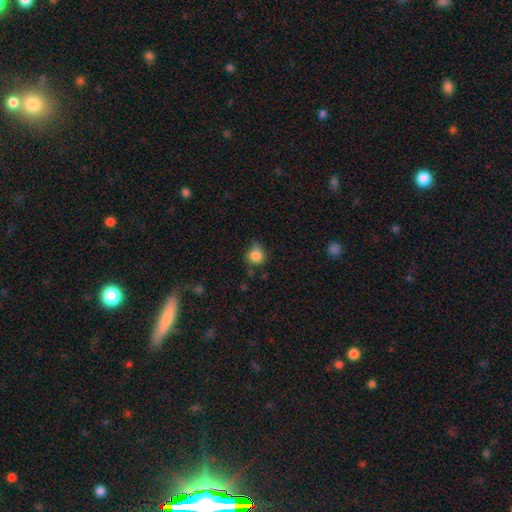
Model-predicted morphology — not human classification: Smooth or featured?
  - smooth: 83% *
  - star or artifact: 11%
  - featured or disk: 7%
How rounded?
  - round: 82% *
  - in between: 17%
  - cigar-shaped: 1%
Merging?
  - none: 59% *
  - minor disturbance: 31%
  - major disturbance: 7%
  - merger: 3%